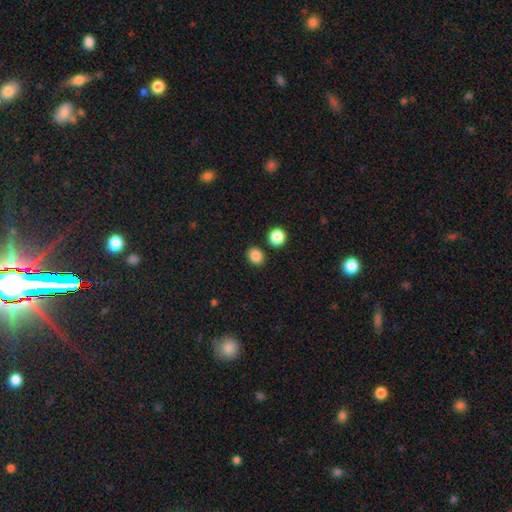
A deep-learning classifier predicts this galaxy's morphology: This is clearly a smooth galaxy (86%). How rounded: possibly round (55%). Merging: clearly none (85%).